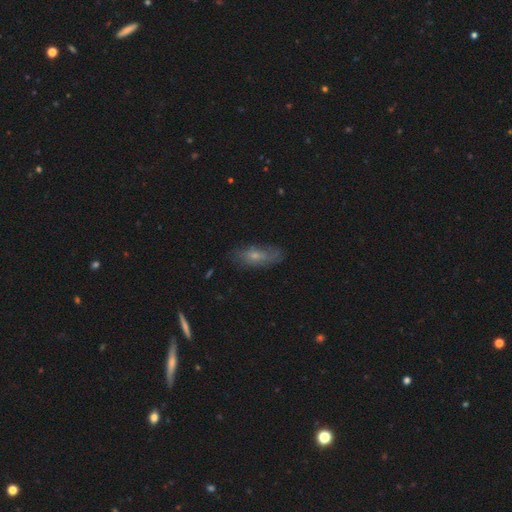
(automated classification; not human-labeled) Smooth or featured? Predicted: smooth (p=0.57). How rounded? Predicted: in between (p=0.72). Merging? Predicted: none (p=0.66).